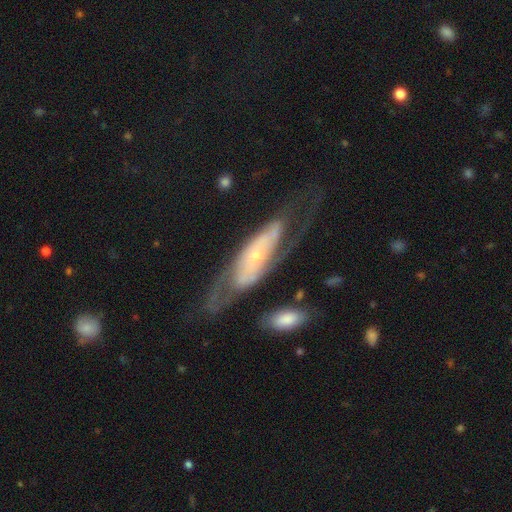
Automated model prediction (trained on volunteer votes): smooth_or_featured: featured or disk (p=0.77) [alt: smooth p=0.17]
disk_edge_on: no (p=0.79) [alt: yes p=0.21]
bar: no (p=0.67) [alt: weak p=0.22]
has_spiral_arms: yes (p=0.81) [alt: no p=0.19]
bulge_size: small (p=0.71) [alt: moderate p=0.24]
merging: none (p=0.54) [alt: major disturbance p=0.22]